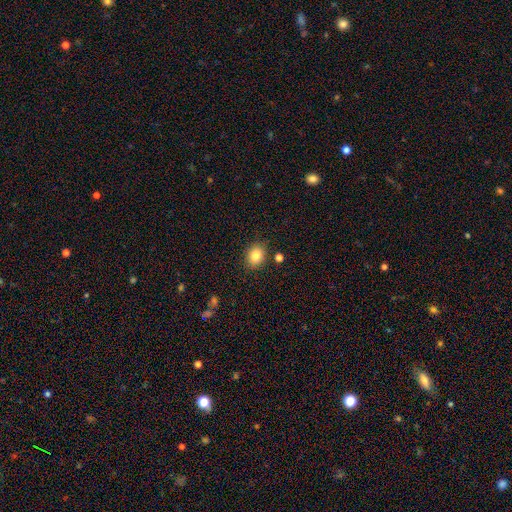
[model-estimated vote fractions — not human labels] Overall: smooth (84%). How rounded: round (55%; in between 44%). Merging: none (85%).